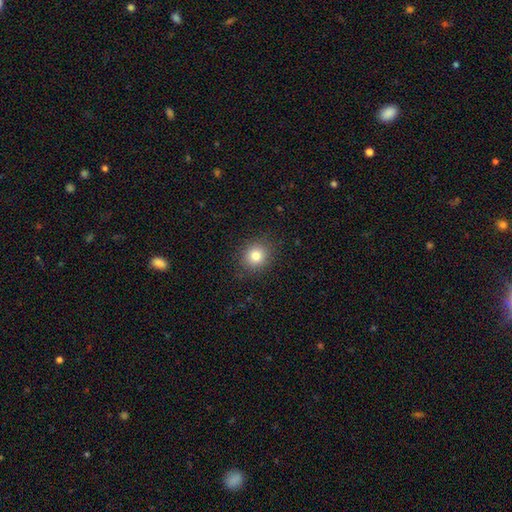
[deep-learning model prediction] Morphology: type=smooth (82%); roundness=round (85%); merging=none (89%).